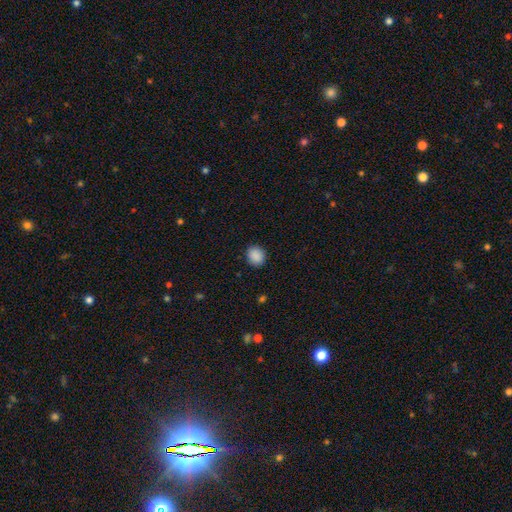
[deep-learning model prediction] Q: Smooth or featured?
A: smooth (89%); runner-up: star or artifact (8%)
Q: How rounded?
A: round (60%); runner-up: in between (39%)
Q: Merging?
A: none (89%); runner-up: minor disturbance (8%)